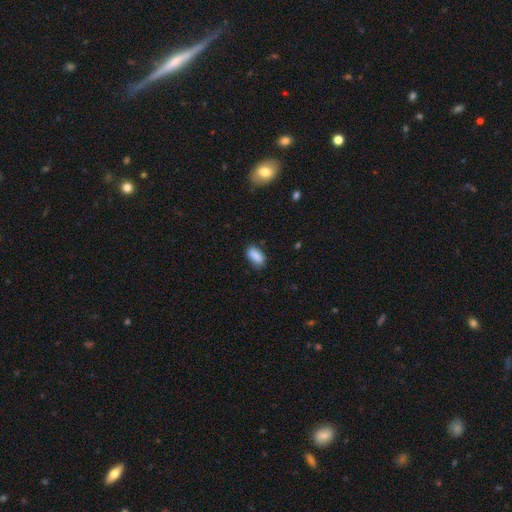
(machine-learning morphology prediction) This is clearly a smooth galaxy (87%). How rounded: clearly in between (90%). Merging: likely none (73%).